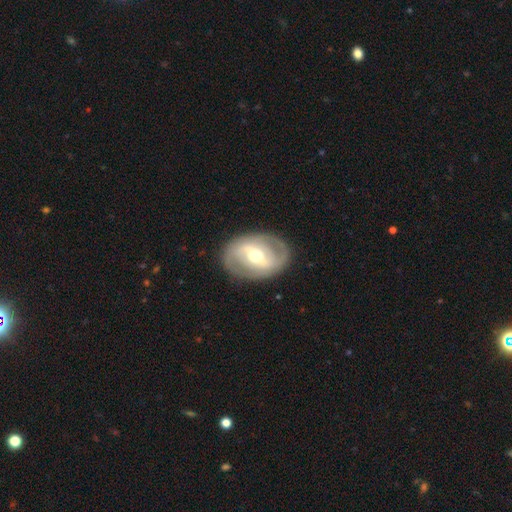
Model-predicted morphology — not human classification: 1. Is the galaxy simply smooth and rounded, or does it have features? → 77% featured or disk, 18% smooth, 5% star or artifact.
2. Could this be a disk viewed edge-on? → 95% no, 5% yes.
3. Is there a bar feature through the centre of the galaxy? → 41% weak, 37% strong, 22% no.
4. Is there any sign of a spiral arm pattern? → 74% yes, 26% no.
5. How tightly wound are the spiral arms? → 40% medium, 39% tight, 21% loose.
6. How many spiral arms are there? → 82% 2, 11% can't tell, 3% 3, 2% 1, 1% 4, 1% more than 4.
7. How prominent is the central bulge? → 74% moderate, 13% small, 10% large, 1% dominant, 1% none.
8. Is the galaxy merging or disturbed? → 84% none, 11% minor disturbance, 4% major disturbance, 1% merger.